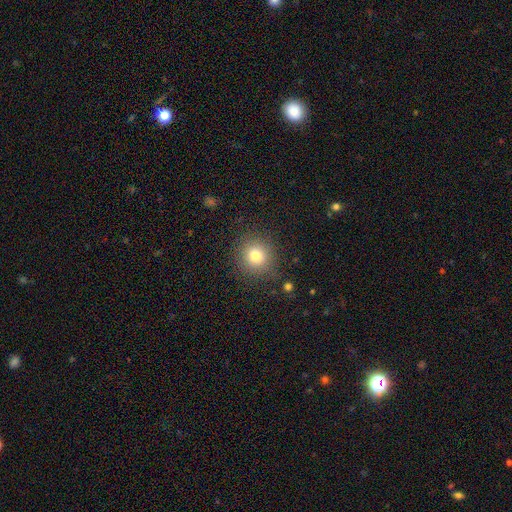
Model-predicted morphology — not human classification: smooth-or-featured: smooth: 78% | star or artifact: 12% | featured or disk: 9%
  how-rounded: round: 90% | in between: 9% | cigar-shaped: 1%
  merging: none: 86% | minor disturbance: 9% | major disturbance: 3% | merger: 2%